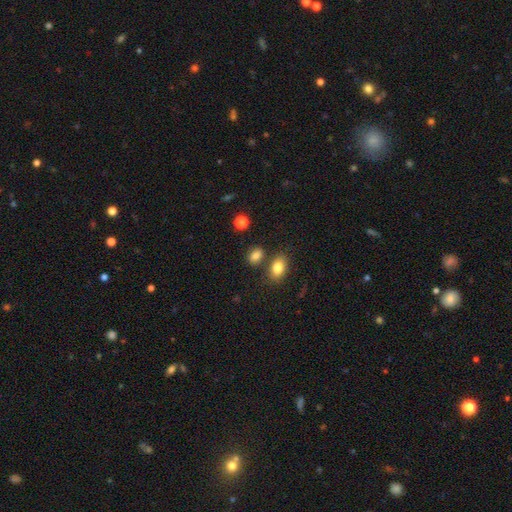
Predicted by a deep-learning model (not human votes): The model was most divided on "how rounded": in between: 78%, round: 20%, cigar-shaped: 2%. More confident: smooth or featured — smooth (82%); merging — none (71%).